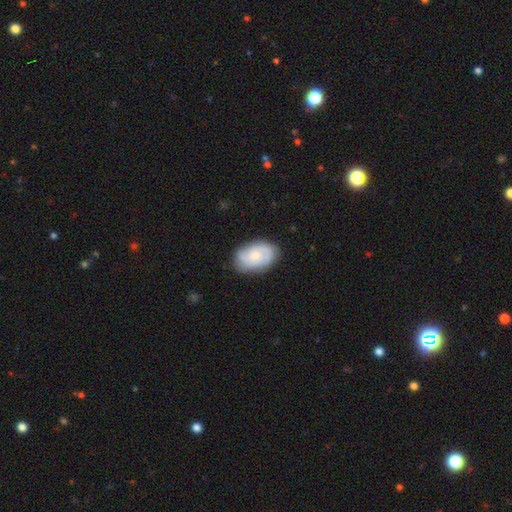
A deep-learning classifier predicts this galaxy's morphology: type=featured or disk (62%); edge-on=no (97%); bar=no (72%); spiral arms=yes (90%); winding=tight (49%); arm count=2 (48%); bulge=small (57%); merging=none (79%).